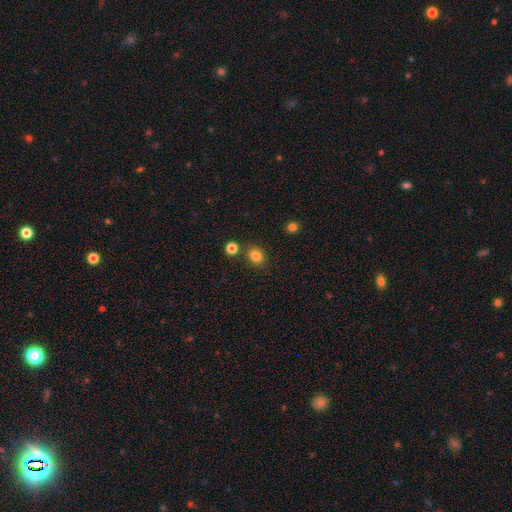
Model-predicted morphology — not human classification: Smooth or featured? smooth (82%)
How rounded? round (64%)
Merging? none (81%)